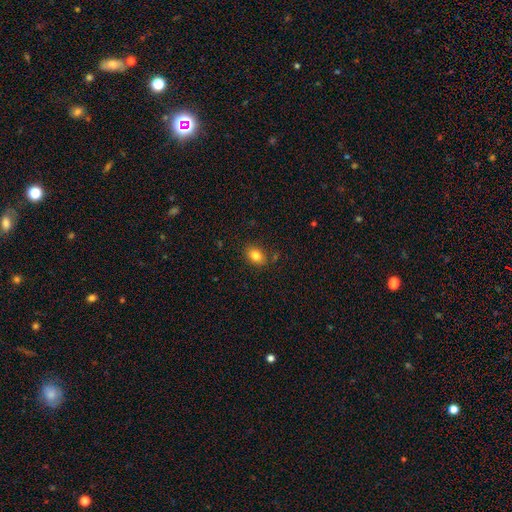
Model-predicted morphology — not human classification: This is clearly a smooth galaxy (83%). How rounded: likely in between (71%). Merging: clearly none (83%).